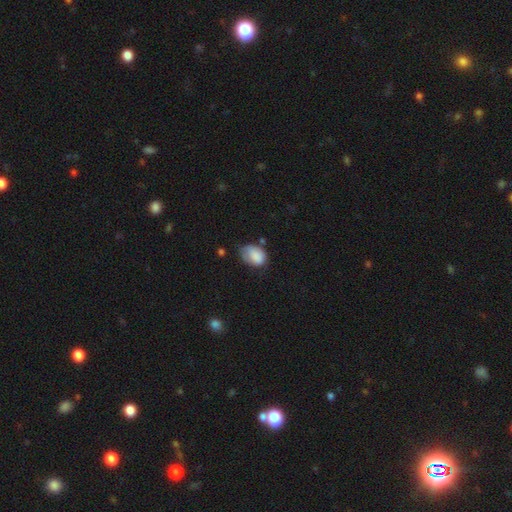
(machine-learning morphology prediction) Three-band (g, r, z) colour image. It shows a smooth galaxy with no disk features (83%) that is in between round and cigar-shaped (77%). Merging: none (41%).